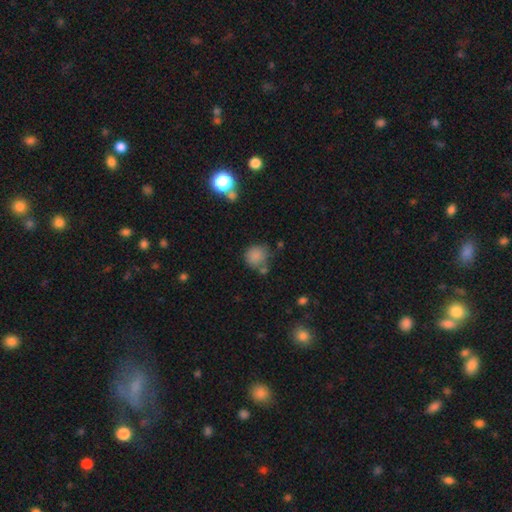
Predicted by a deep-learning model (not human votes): This is clearly a smooth galaxy (82%). How rounded: clearly round (85%). Merging: likely none (63%).